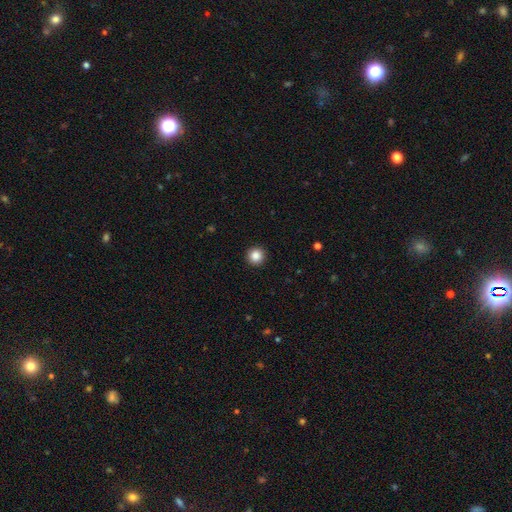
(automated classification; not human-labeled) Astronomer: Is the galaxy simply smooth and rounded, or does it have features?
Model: smooth — 87%.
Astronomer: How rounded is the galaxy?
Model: round — 96%.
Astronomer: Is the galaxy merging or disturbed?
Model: none — 93%.